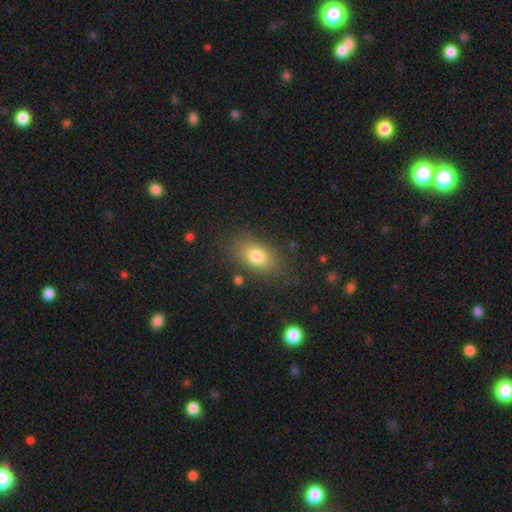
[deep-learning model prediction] Morphology: type=smooth (79%); roundness=in between (83%); merging=none (81%).